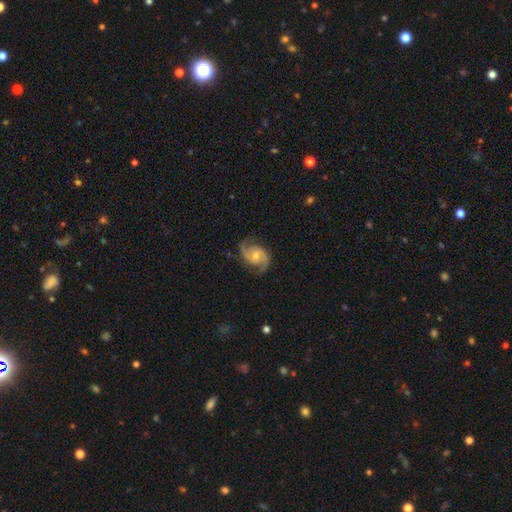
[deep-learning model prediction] Smooth or featured? Predicted: featured or disk (p=0.88). Edge-on disk? Predicted: no (p=0.98). Bar? Predicted: no (p=0.57). Spiral arms? Predicted: yes (p=0.97). Spiral winding? Predicted: medium (p=0.55). Spiral arm count? Predicted: 2 (p=0.92). Bulge size? Predicted: moderate (p=0.52). Merging? Predicted: none (p=0.79).